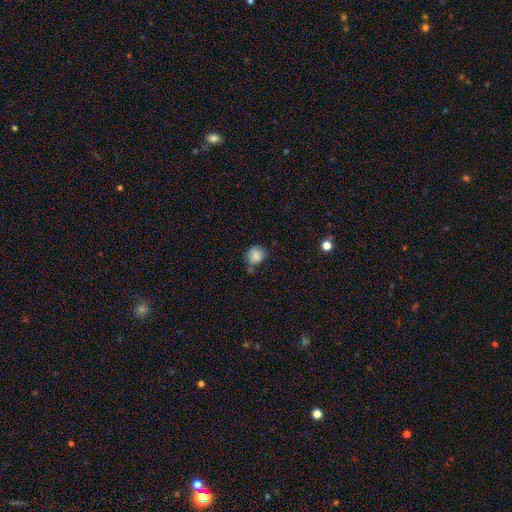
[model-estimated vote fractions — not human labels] Smooth or featured? Predicted: smooth (p=0.81). How rounded? Predicted: round (p=0.73). Merging? Predicted: none (p=0.48).